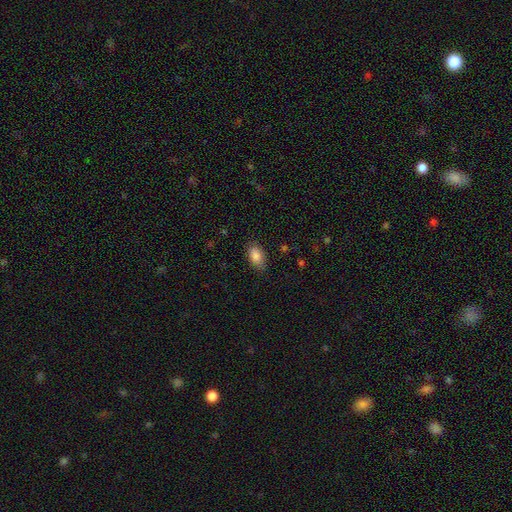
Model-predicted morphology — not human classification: smooth 86%, star or artifact 7%, featured or disk 6%. Down the decision tree: how rounded — in between (92%); merging — none (83%).